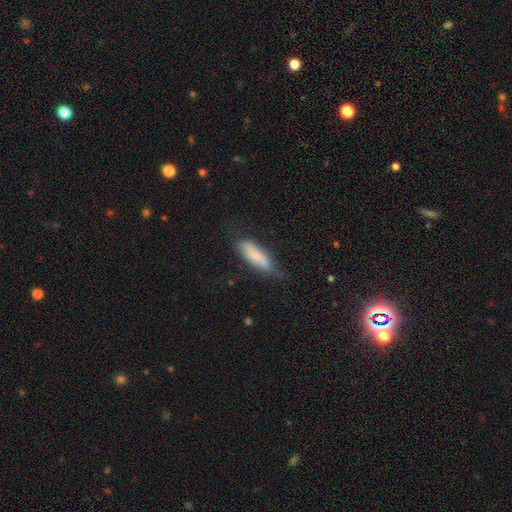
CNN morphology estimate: Smooth or featured? smooth (75%)
How rounded? cigar-shaped (54%)
Merging? none (55%)